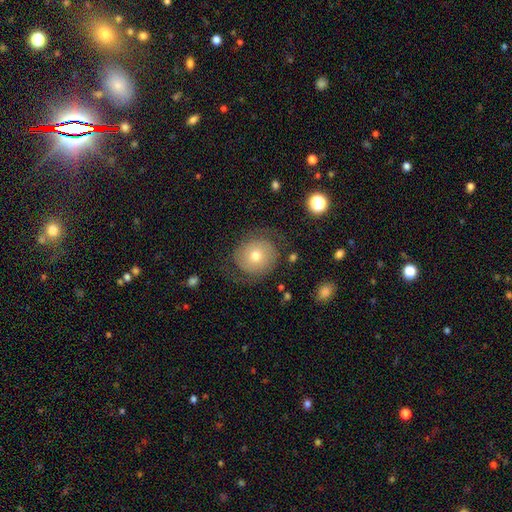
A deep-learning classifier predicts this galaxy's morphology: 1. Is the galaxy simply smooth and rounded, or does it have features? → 57% featured or disk, 34% smooth, 10% star or artifact.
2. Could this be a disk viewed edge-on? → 97% no, 3% yes.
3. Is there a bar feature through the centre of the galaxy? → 80% no, 15% weak, 4% strong.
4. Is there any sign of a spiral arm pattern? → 83% yes, 17% no.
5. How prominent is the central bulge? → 59% moderate, 33% small, 5% large, 2% dominant, 1% none.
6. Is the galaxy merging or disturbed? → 73% none, 14% minor disturbance, 12% major disturbance, 2% merger.